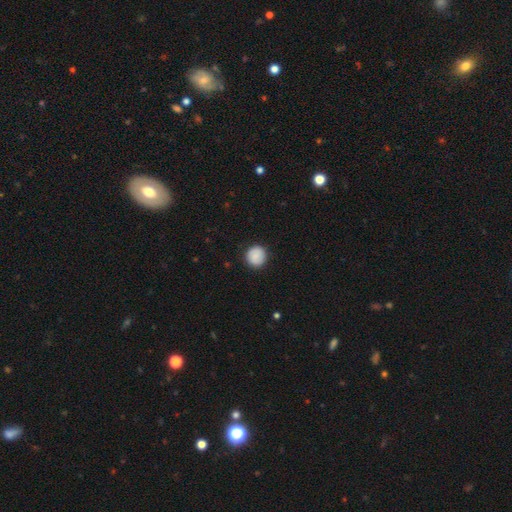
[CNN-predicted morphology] type=smooth (89%); roundness=round (92%); merging=none (90%).